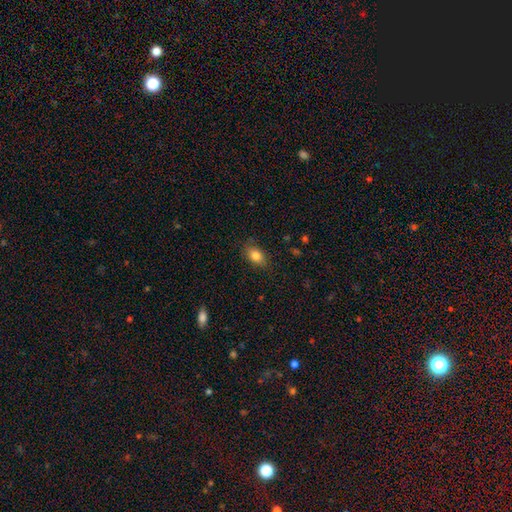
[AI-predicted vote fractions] A smooth galaxy with no disk features (83%) that is in between round and cigar-shaped (84%). Merging: none (84%).